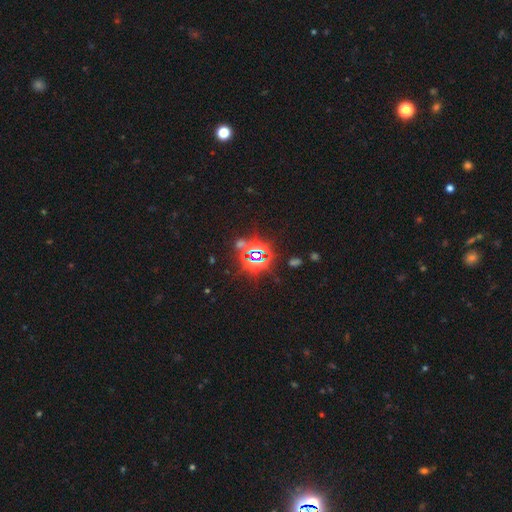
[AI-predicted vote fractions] Smooth or featured? star or artifact (80%)